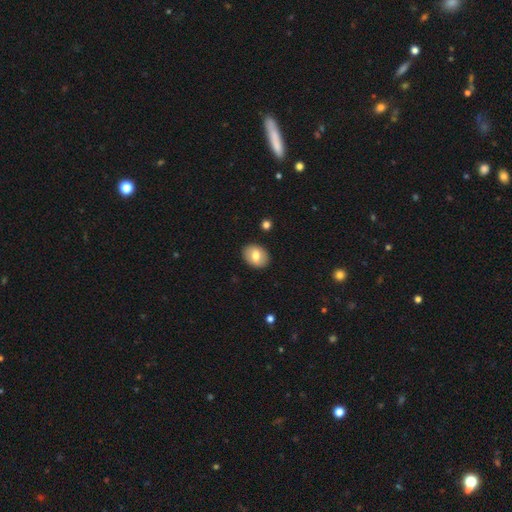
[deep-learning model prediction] Q: Smooth or featured?
A: smooth (71%); runner-up: featured or disk (22%)
Q: How rounded?
A: in between (60%); runner-up: round (39%)
Q: Merging?
A: none (90%); runner-up: minor disturbance (7%)